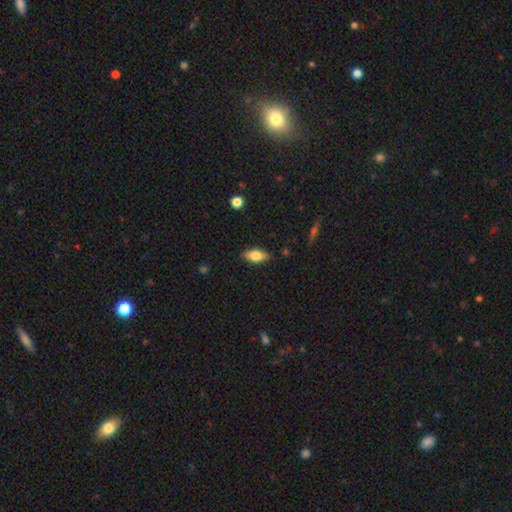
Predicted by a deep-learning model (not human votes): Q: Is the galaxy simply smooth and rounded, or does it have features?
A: smooth — 66%.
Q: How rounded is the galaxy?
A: in between — 81%.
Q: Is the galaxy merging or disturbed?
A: none — 85%.